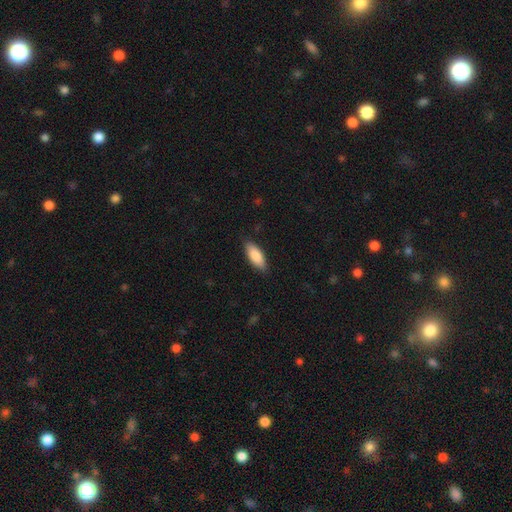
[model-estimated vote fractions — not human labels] smooth-or-featured: smooth: 86% | featured or disk: 8% | star or artifact: 6%
  how-rounded: in between: 77% | cigar-shaped: 21% | round: 2%
  merging: none: 85% | minor disturbance: 12% | major disturbance: 2% | merger: 1%